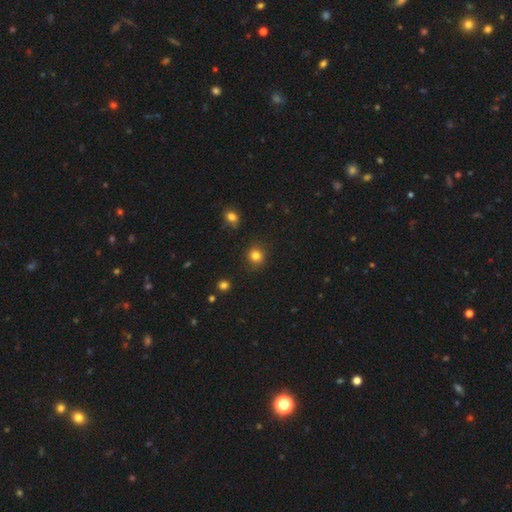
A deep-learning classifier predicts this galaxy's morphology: smooth-or-featured: smooth: 82% | star or artifact: 13% | featured or disk: 5%
  how-rounded: round: 86% | in between: 13% | cigar-shaped: 1%
  merging: none: 88% | minor disturbance: 8% | major disturbance: 2% | merger: 2%